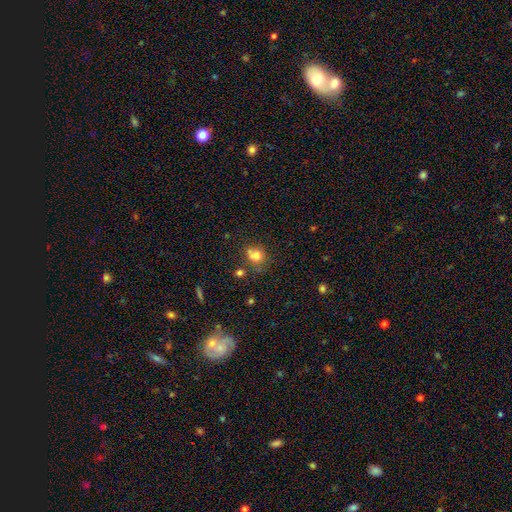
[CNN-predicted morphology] Smooth or featured: smooth — 75% (star or artifact — 13%)
How rounded: round — 72% (in between — 27%)
Merging: none — 48% (merger — 24%)